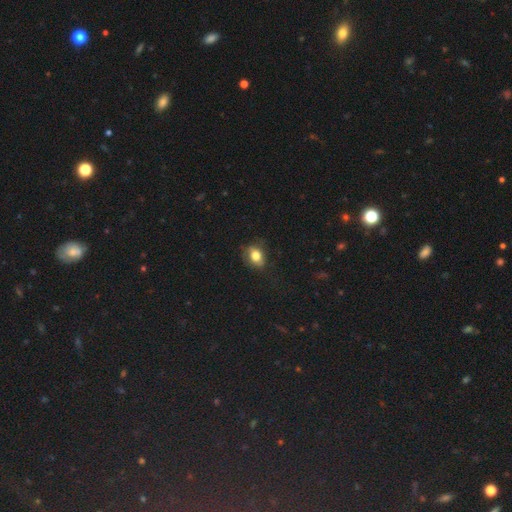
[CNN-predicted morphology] The model was most divided on "how rounded": in between: 59%, round: 40%, cigar-shaped: 1%. More confident: smooth or featured — smooth (75%); merging — none (64%).